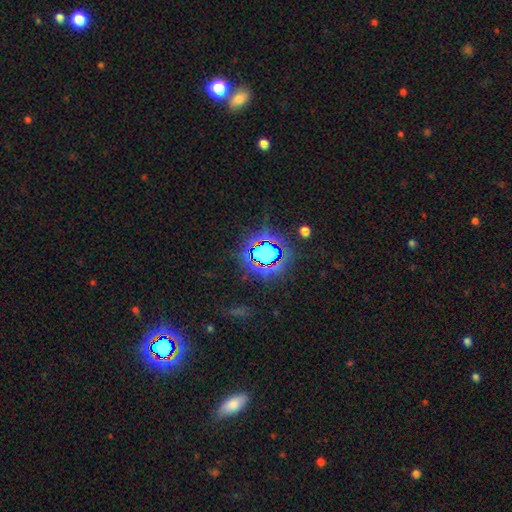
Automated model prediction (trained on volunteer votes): A star or artifact, not a galaxy (79%).